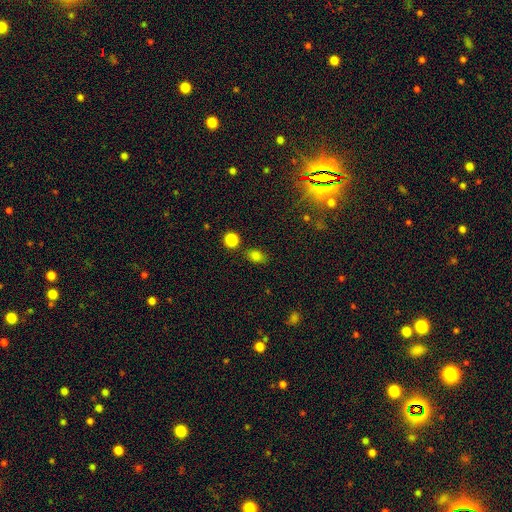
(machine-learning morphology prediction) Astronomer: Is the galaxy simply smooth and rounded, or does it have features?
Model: smooth — 78%.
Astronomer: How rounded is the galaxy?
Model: in between — 70%.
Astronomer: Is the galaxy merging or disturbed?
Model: none — 77%.